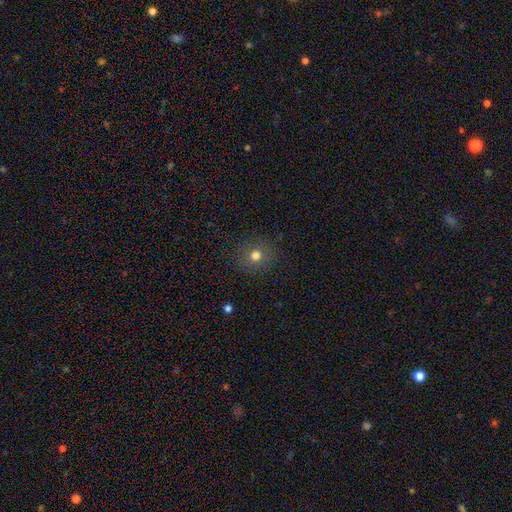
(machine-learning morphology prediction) Overall: smooth (74%). How rounded: round (89%). Merging: none (89%).